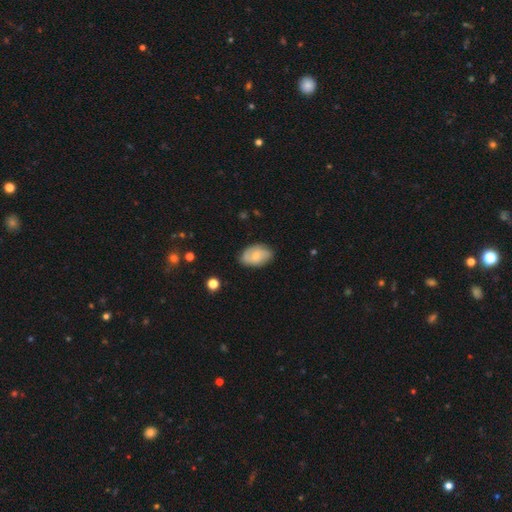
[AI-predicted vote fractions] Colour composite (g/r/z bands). It shows a smooth galaxy with no disk features (53%) that is in between round and cigar-shaped (89%). Merging: none (77%).